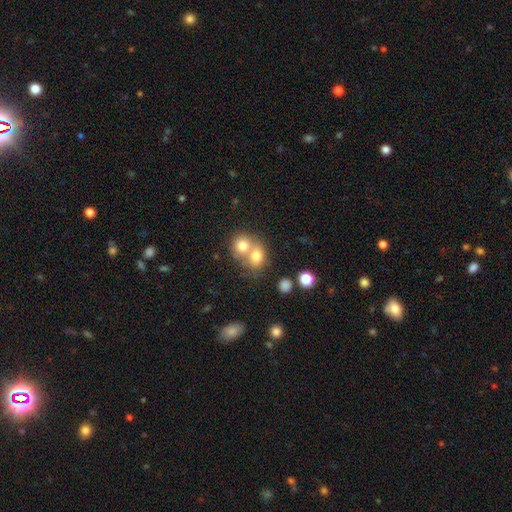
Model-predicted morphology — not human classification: smooth 75%, featured or disk 15%, star or artifact 10%. Down the decision tree: how rounded — round (61%); merging — merger (62%).